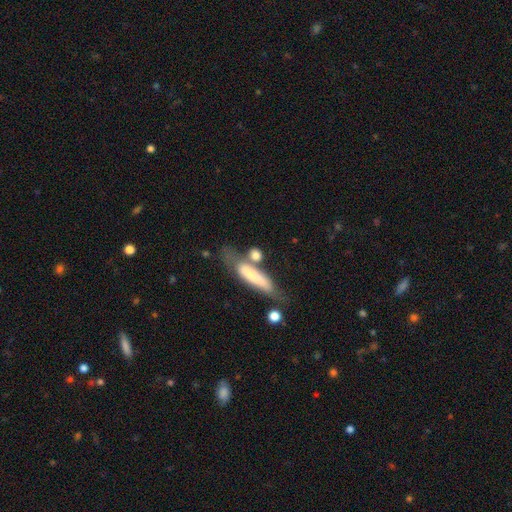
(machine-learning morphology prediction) Smooth or featured?
  - smooth: 71% *
  - featured or disk: 22%
  - star or artifact: 7%
How rounded?
  - cigar-shaped: 56% *
  - in between: 32%
  - round: 12%
Merging?
  - none: 43% *
  - merger: 28%
  - minor disturbance: 18%
  - major disturbance: 12%